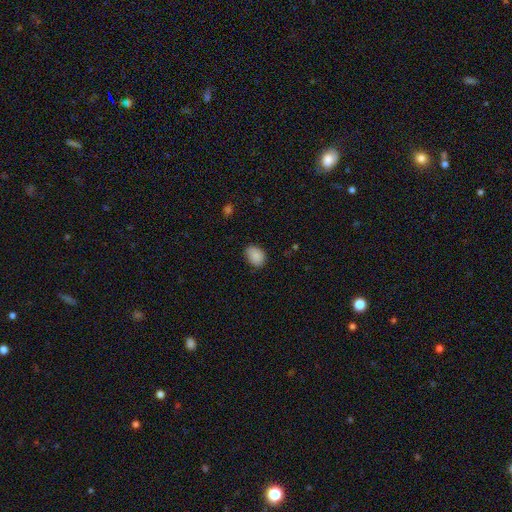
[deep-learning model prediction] Smooth or featured: smooth — 86% (star or artifact — 8%)
How rounded: in between — 73% (round — 26%)
Merging: none — 75% (minor disturbance — 21%)